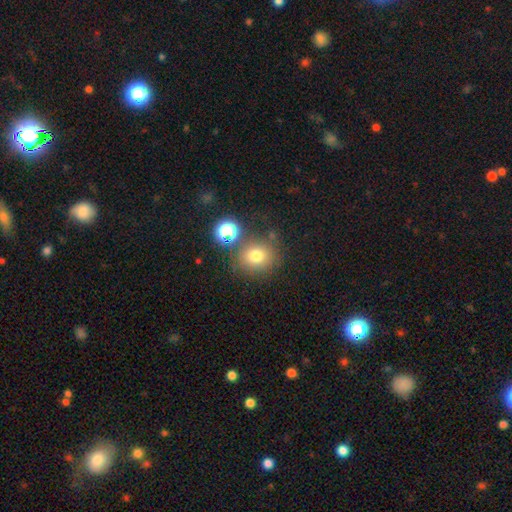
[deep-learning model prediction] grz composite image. It shows a smooth galaxy with no disk features (74%) that is round (80%). Merging: none (72%).